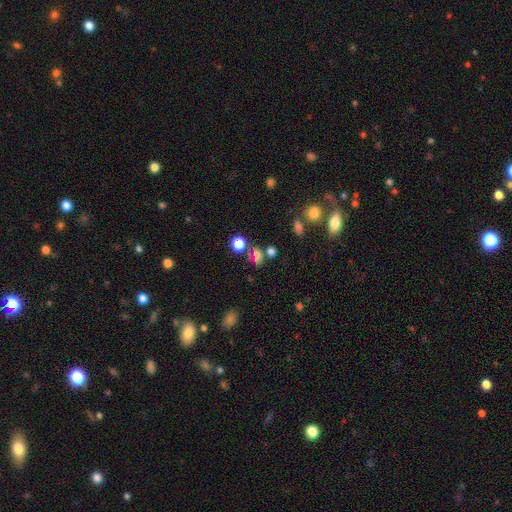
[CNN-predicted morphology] Q: Smooth or featured?
A: smooth (66%); runner-up: star or artifact (24%)
Q: How rounded?
A: round (50%); runner-up: in between (48%)
Q: Merging?
A: none (64%); runner-up: merger (17%)